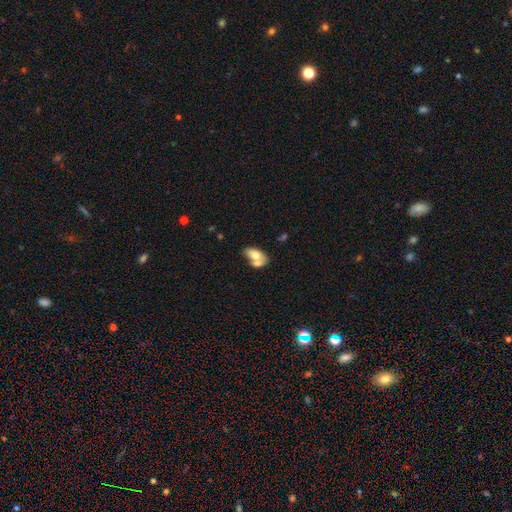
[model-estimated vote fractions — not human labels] Smooth or featured? Predicted: smooth (p=0.67). How rounded? Predicted: in between (p=0.90). Merging? Predicted: merger (p=0.52).